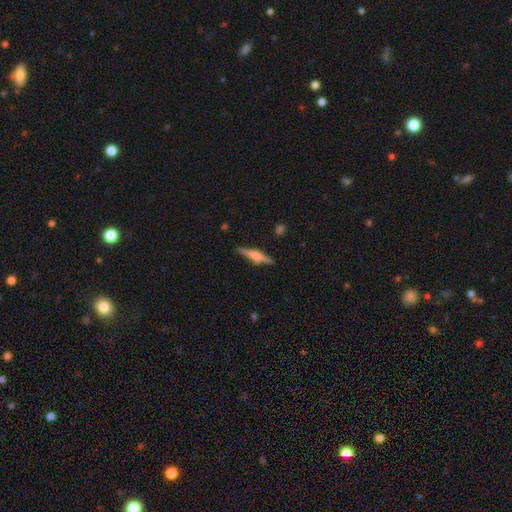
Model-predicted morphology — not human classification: type=featured or disk (66%); edge-on=yes (97%); edge-on bulge=rounded (77%); merging=none (87%).